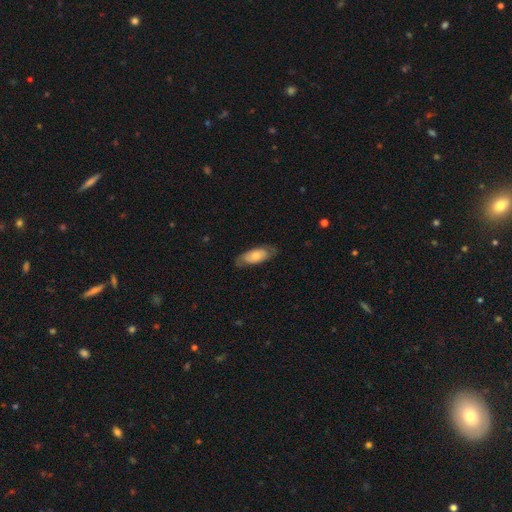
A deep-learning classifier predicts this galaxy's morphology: This is likely a smooth galaxy (64%). How rounded: clearly in between (82%). Merging: likely none (74%).